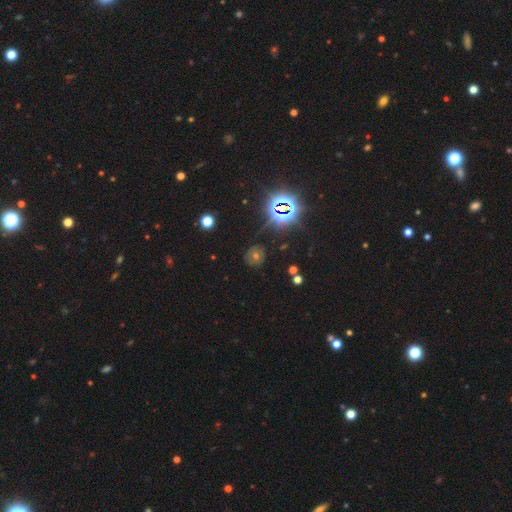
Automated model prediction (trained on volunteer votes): Smooth or featured: star or artifact — 52% (smooth — 26%)